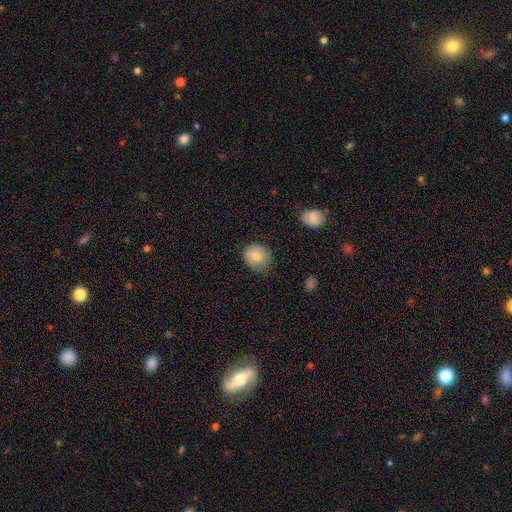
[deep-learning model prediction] Overall: smooth (83%). How rounded: round (72%). Merging: none (70%).